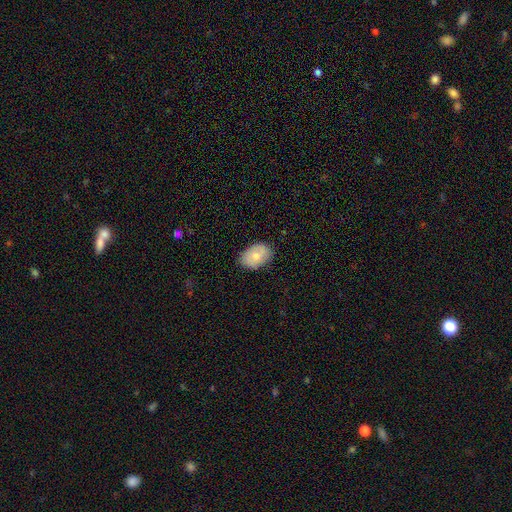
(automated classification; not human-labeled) smooth 76%, featured or disk 18%, star or artifact 7%. Down the decision tree: how rounded — in between (86%); merging — none (81%).